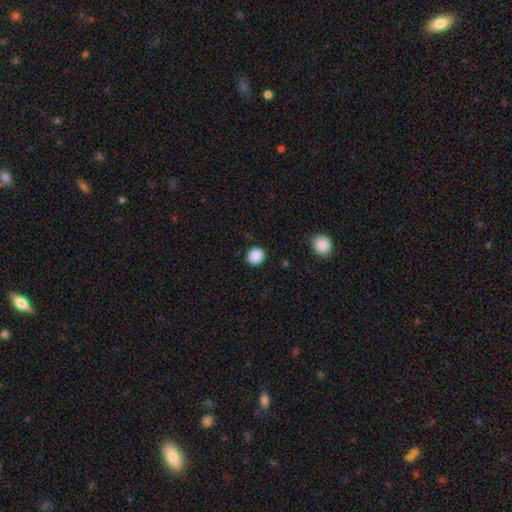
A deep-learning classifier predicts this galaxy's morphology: Smooth or featured?
  - smooth: 88% *
  - star or artifact: 9%
  - featured or disk: 3%
How rounded?
  - round: 90% *
  - in between: 9%
  - cigar-shaped: 1%
Merging?
  - none: 91% *
  - minor disturbance: 6%
  - major disturbance: 2%
  - merger: 1%